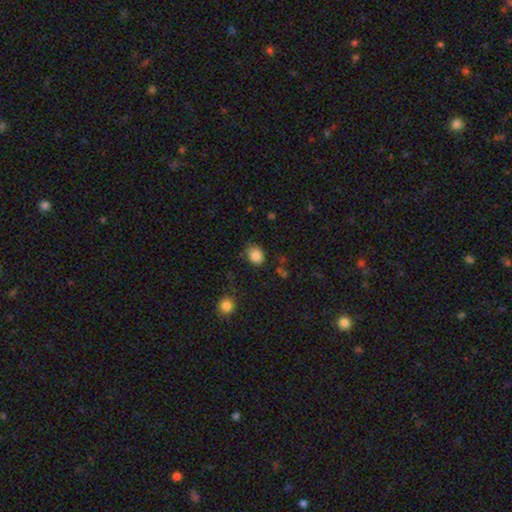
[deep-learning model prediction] Smooth or featured? Predicted: smooth (p=0.84). How rounded? Predicted: in between (p=0.52). Merging? Predicted: none (p=0.76).